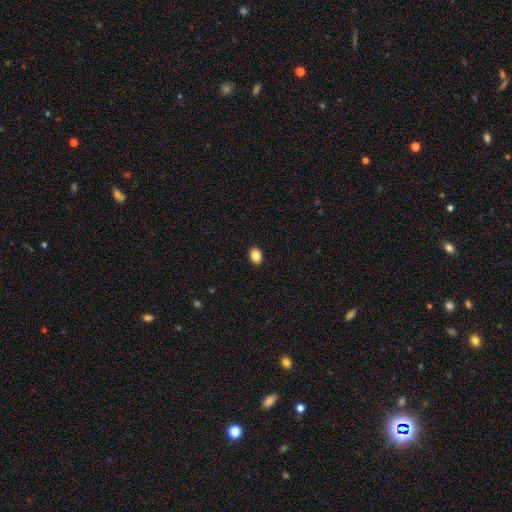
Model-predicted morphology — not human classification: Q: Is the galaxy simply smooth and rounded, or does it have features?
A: smooth — 86%.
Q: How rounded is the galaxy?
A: in between — 66%.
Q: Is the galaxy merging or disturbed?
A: none — 91%.